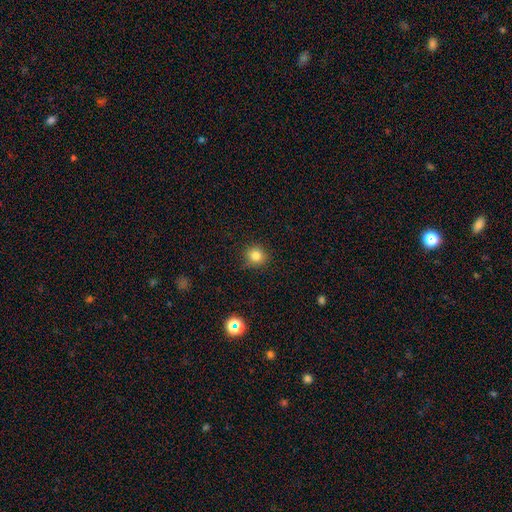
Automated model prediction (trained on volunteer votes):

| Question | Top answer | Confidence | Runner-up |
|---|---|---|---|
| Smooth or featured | smooth | 81% | star or artifact (13%) |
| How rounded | round | 88% | in between (11%) |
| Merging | none | 87% | minor disturbance (9%) |